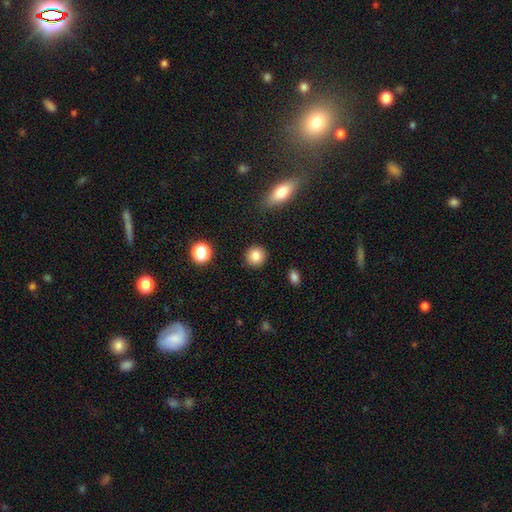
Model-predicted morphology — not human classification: A smooth galaxy with no disk features (85%) that is round (90%). Merging: none (90%).